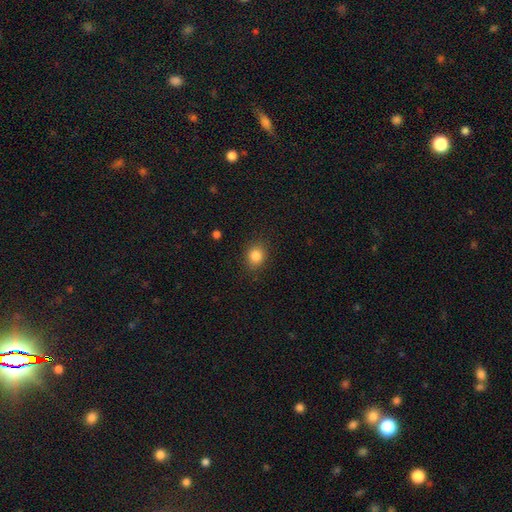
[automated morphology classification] This is clearly a smooth galaxy (85%). How rounded: likely round (70%). Merging: clearly none (86%).